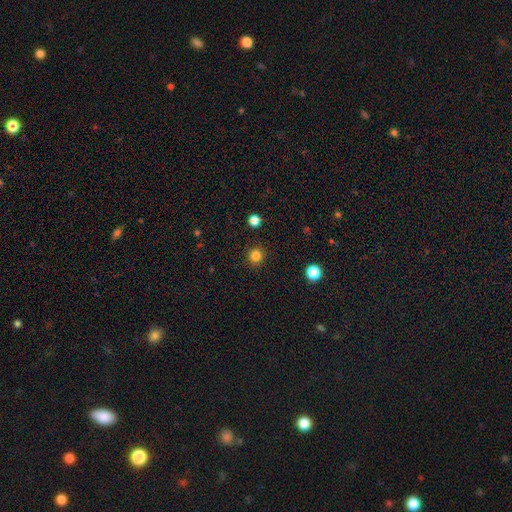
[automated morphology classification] A smooth galaxy with no disk features (82%) that is round (94%).

Vote fractions:
- Smooth or featured? smooth: 82% / star or artifact: 14% / featured or disk: 4%
- How rounded? round: 94% / in between: 5% / cigar-shaped: 1%
- Merging? none: 92% / minor disturbance: 5% / major disturbance: 2% / merger: 1%